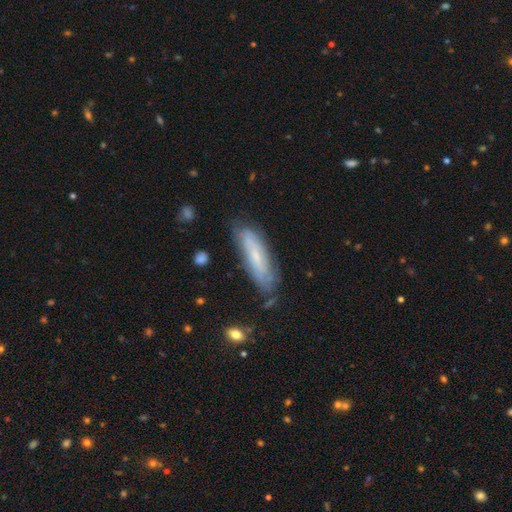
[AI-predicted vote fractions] smooth-or-featured: smooth: 49% | featured or disk: 43% | star or artifact: 8%
  merging: none: 71% | minor disturbance: 21% | major disturbance: 5% | merger: 2%